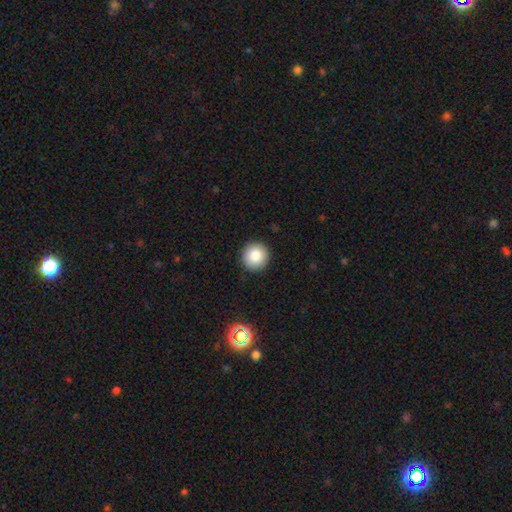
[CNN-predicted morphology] smooth 84%, star or artifact 9%, featured or disk 7%. Down the decision tree: how rounded — round (95%); merging — none (92%).